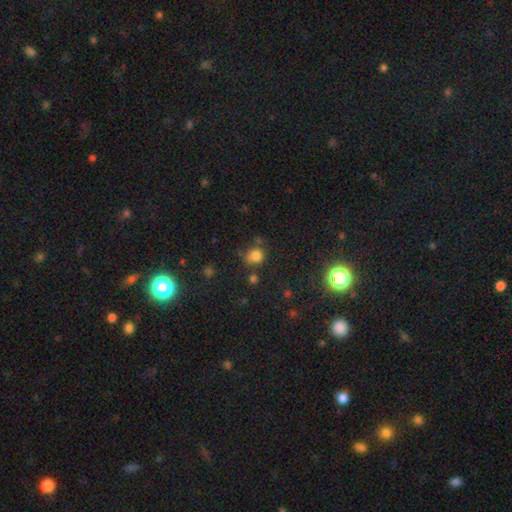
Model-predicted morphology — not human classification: Overall: smooth (78%). How rounded: round (81%). Merging: none (67%).